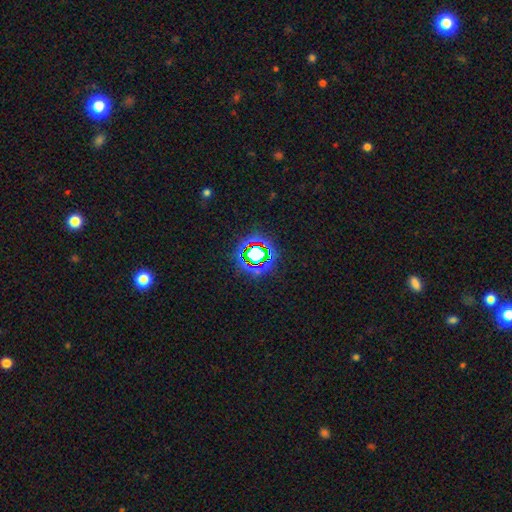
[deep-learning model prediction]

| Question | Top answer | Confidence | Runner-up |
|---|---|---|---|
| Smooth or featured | star or artifact | 68% | smooth (20%) |